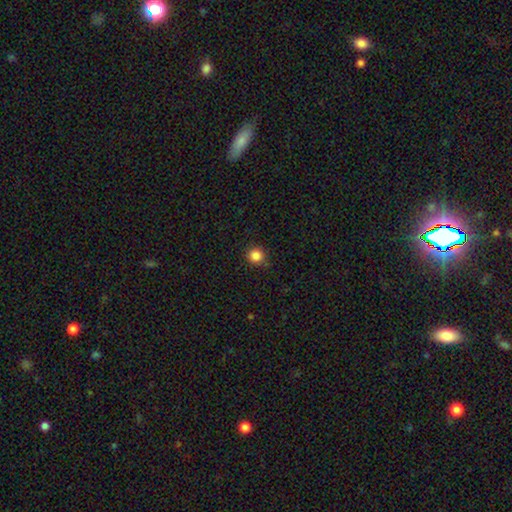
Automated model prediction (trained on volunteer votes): A smooth galaxy with no disk features (85%) that is round (93%).

Vote fractions:
- Smooth or featured? smooth: 85% / star or artifact: 11% / featured or disk: 4%
- How rounded? round: 93% / in between: 7% / cigar-shaped: 1%
- Merging? none: 89% / minor disturbance: 8% / major disturbance: 2% / merger: 1%